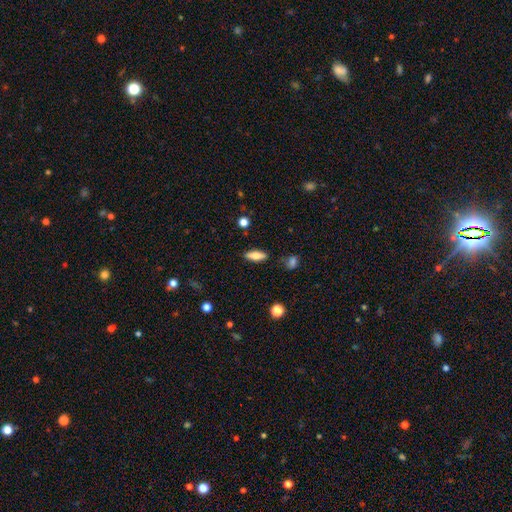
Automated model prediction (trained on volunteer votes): Smooth or featured? smooth (70%)
How rounded? in between (67%)
Merging? none (85%)